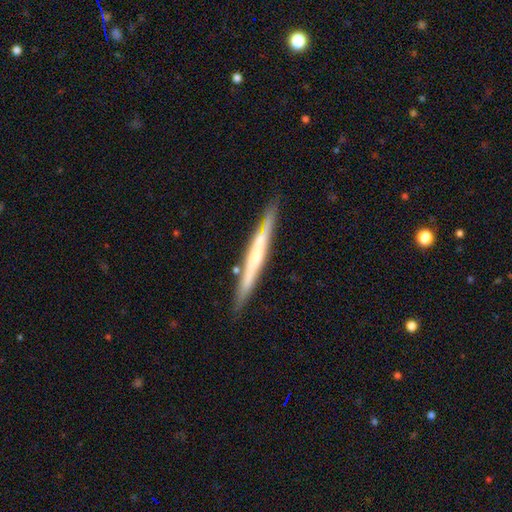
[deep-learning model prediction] A featured or disk galaxy (64%) viewed edge-on (95%) with no central bulge (63%). Merging: none (87%).